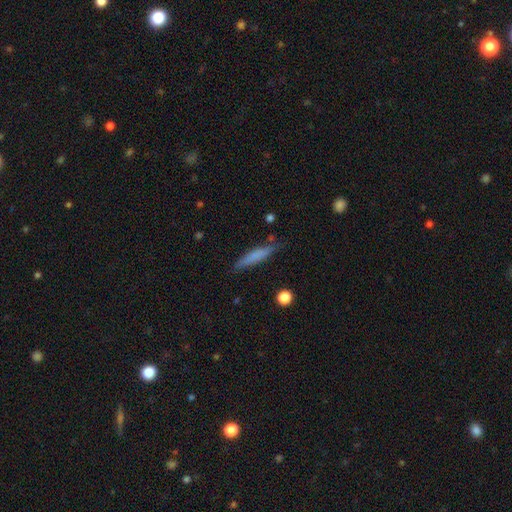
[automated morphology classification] Smooth or featured? smooth (71%)
How rounded? cigar-shaped (88%)
Merging? none (79%)